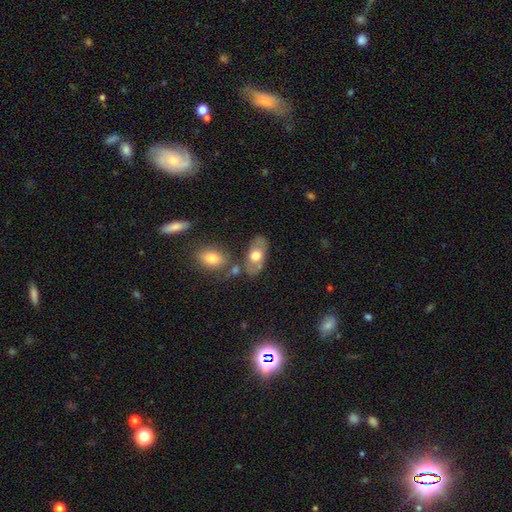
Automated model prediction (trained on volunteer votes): Overall: smooth (54%; featured or disk 40%). How rounded: in between (88%). Merging: none (64%).